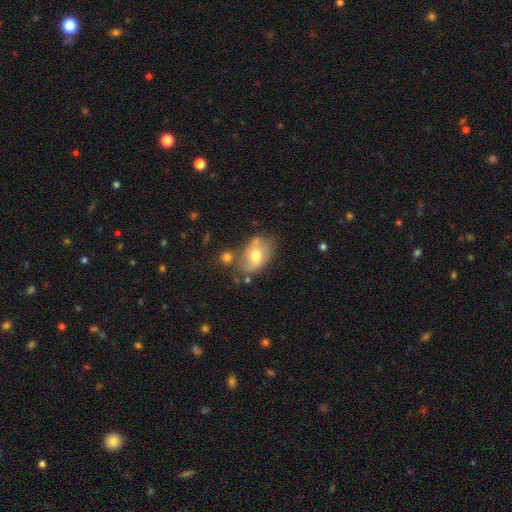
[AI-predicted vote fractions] Q: Smooth or featured?
A: smooth (59%); runner-up: featured or disk (33%)
Q: How rounded?
A: in between (79%); runner-up: round (20%)
Q: Merging?
A: none (54%); runner-up: minor disturbance (26%)